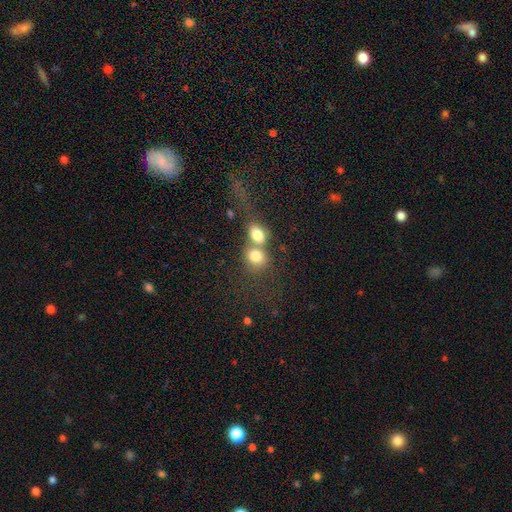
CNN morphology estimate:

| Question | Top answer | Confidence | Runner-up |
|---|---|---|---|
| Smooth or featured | smooth | 77% | featured or disk (13%) |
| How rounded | round | 52% | in between (47%) |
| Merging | merger | 64% | none (24%) |